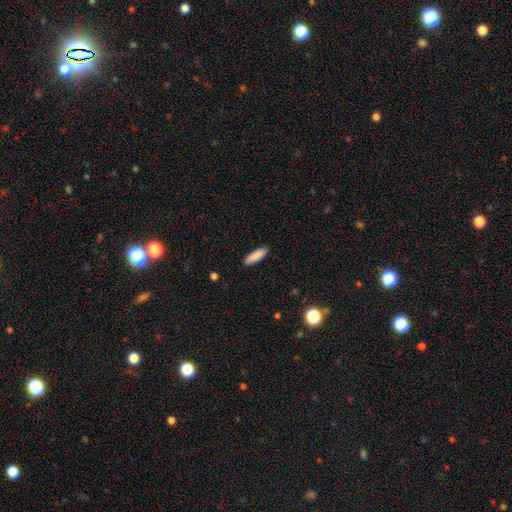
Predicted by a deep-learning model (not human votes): A smooth galaxy with no disk features (88%) that is cigar-shaped (58%). Merging: none (90%).